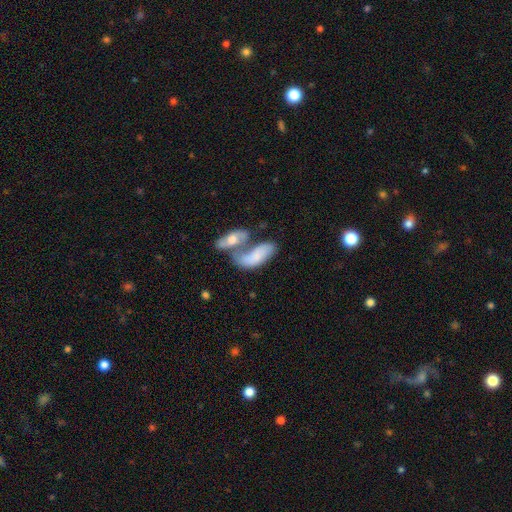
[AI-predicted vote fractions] Smooth or featured?
  - smooth: 68% *
  - featured or disk: 25%
  - star or artifact: 7%
How rounded?
  - in between: 83% *
  - cigar-shaped: 14%
  - round: 3%
Merging?
  - merger: 62% *
  - none: 19%
  - minor disturbance: 10%
  - major disturbance: 9%